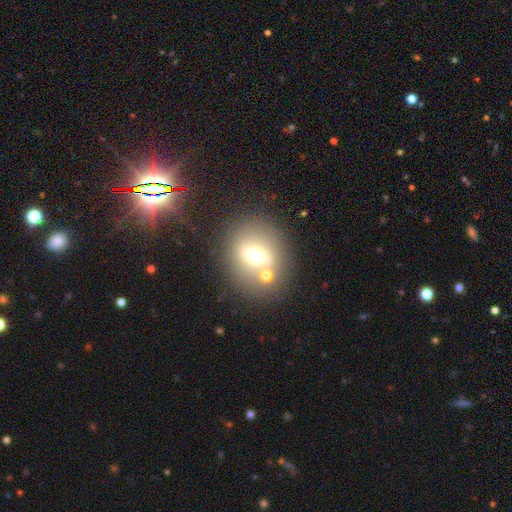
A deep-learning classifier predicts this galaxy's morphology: smooth-or-featured: smooth: 46% | featured or disk: 40% | star or artifact: 14%
  merging: none: 66% | merger: 17% | minor disturbance: 11% | major disturbance: 5%